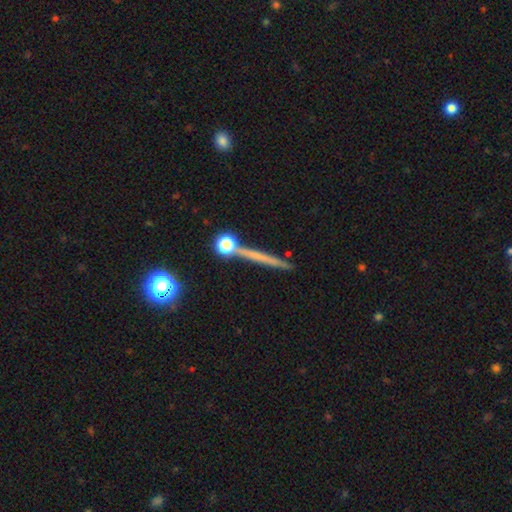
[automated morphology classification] A featured or disk galaxy (43%, tied with smooth).

Vote fractions:
- Smooth or featured? featured or disk: 43% (tied) / smooth: 43% (tied) / star or artifact: 13%
- Merging? none: 81% / minor disturbance: 9% / merger: 7% / major disturbance: 3%